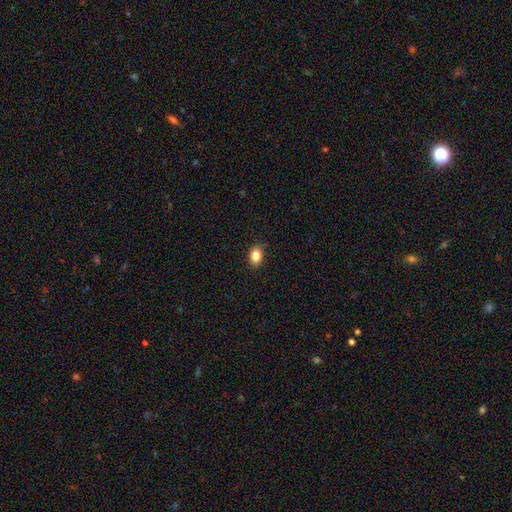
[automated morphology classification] smooth_or_featured: smooth (p=0.85) [alt: star or artifact p=0.09]
how_rounded: in between (p=0.73) [alt: round p=0.26]
merging: none (p=0.86) [alt: minor disturbance p=0.11]